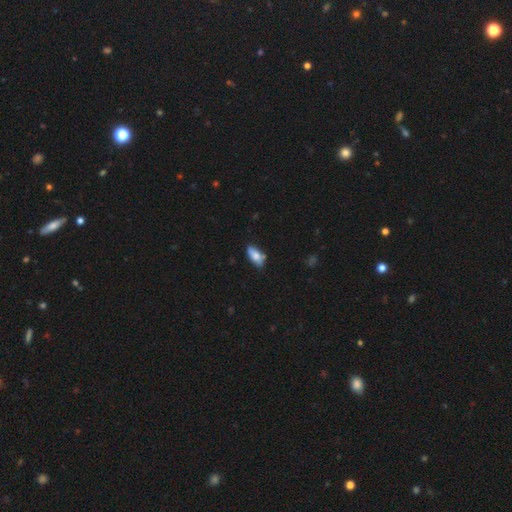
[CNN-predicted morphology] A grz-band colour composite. It shows a smooth galaxy with no disk features (76%) that is in between round and cigar-shaped (86%). Merging: none (70%).